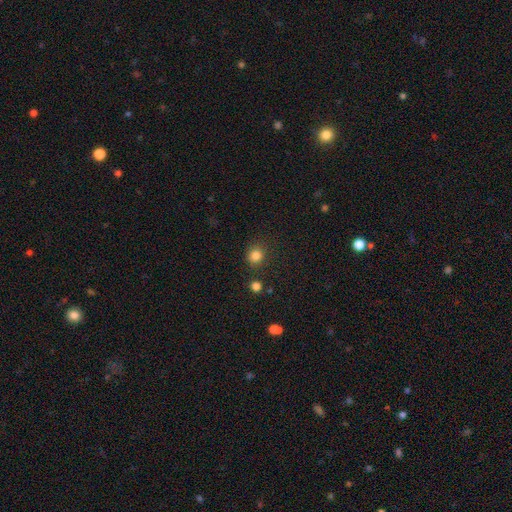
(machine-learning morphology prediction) Overall: smooth (83%). How rounded: round (88%). Merging: none (83%).